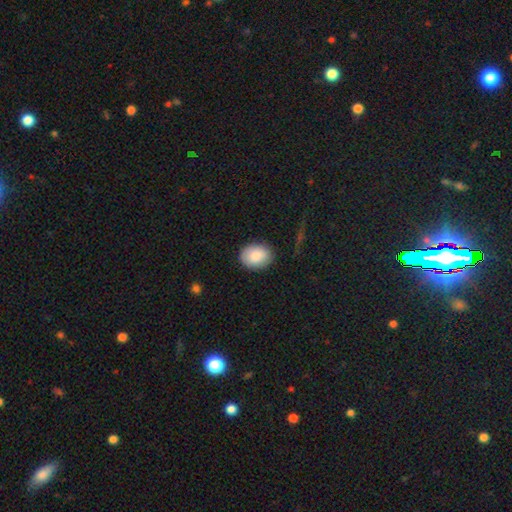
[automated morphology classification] Smooth or featured: smooth — 88% (star or artifact — 7%)
How rounded: in between — 62% (round — 37%)
Merging: none — 85% (minor disturbance — 11%)